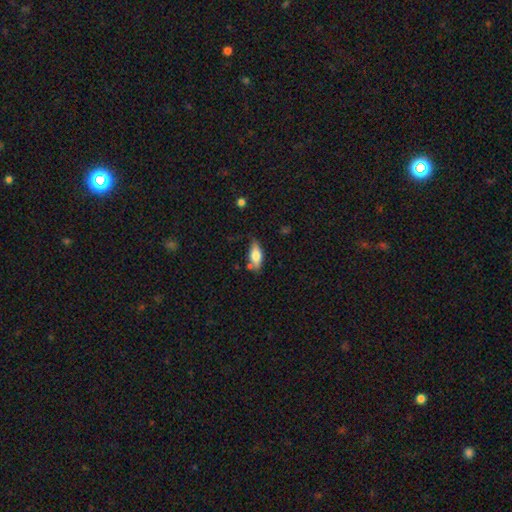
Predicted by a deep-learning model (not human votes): The model was most divided on "smooth or featured": smooth: 66%, featured or disk: 27%, star or artifact: 7%. More confident: how rounded — in between (77%); merging — none (64%).